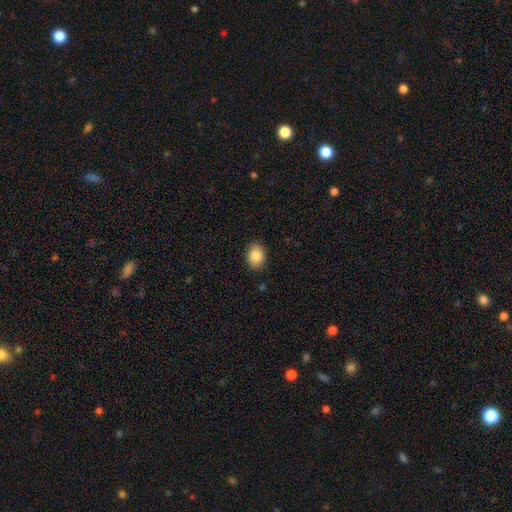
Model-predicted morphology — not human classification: Smooth or featured? Predicted: smooth (p=0.85). How rounded? Predicted: in between (p=0.62). Merging? Predicted: none (p=0.88).